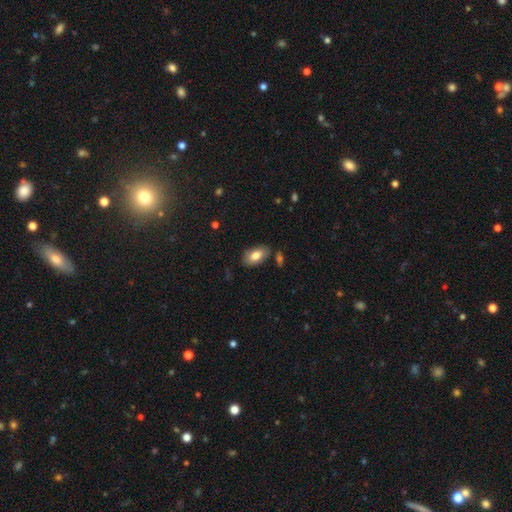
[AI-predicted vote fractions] A smooth galaxy with no disk features (80%) that is in between round and cigar-shaped (93%). Merging: none (79%).